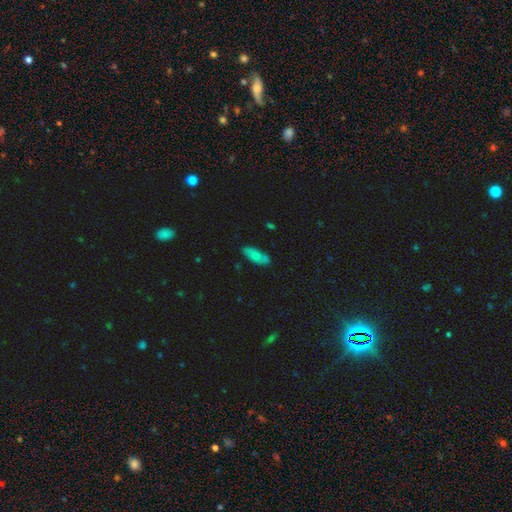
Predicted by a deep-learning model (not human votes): Overall: smooth (72%). How rounded: in between (73%). Merging: none (76%).